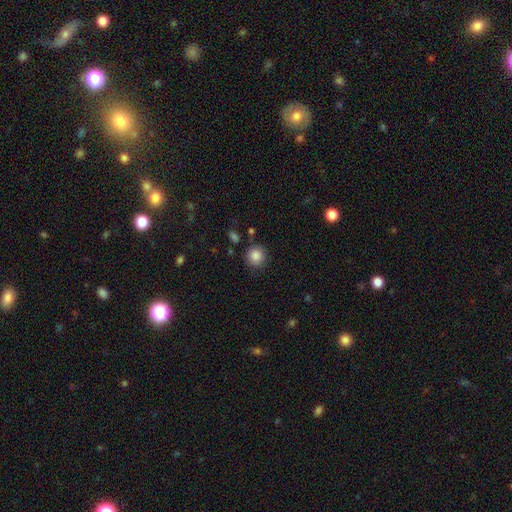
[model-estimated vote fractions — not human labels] A smooth galaxy with no disk features (87%) that is round (91%). Merging: none (85%).